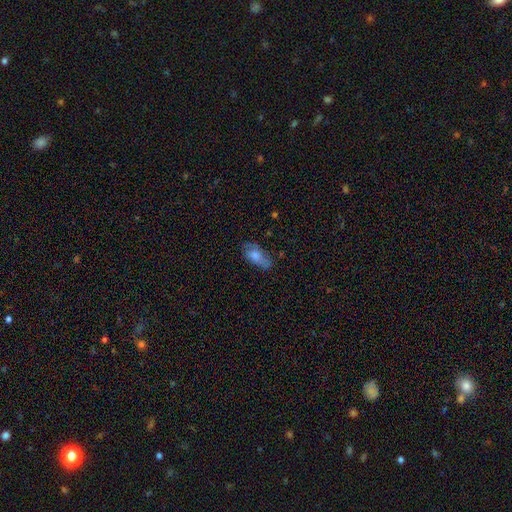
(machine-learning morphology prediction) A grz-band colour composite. It shows a smooth galaxy with no disk features (68%) that is in between round and cigar-shaped (86%). Merging: none (58%).